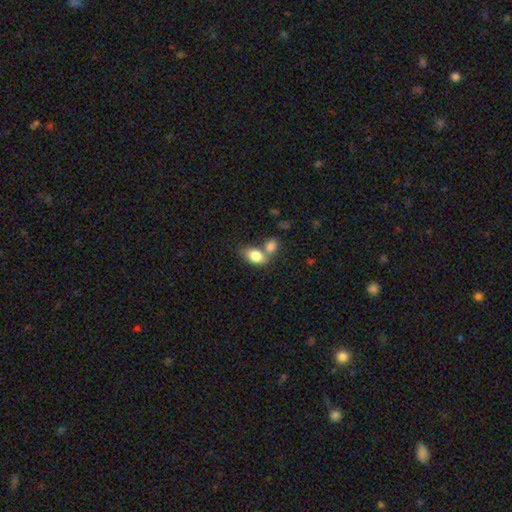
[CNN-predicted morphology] smooth-or-featured: smooth: 82% | featured or disk: 11% | star or artifact: 7%
  how-rounded: in between: 88% | round: 10% | cigar-shaped: 2%
  merging: merger: 47% | none: 39% | minor disturbance: 11% | major disturbance: 4%